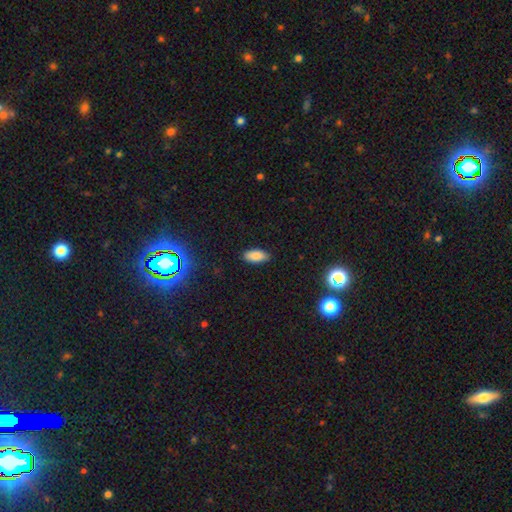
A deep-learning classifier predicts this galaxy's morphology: Overall: smooth (86%). How rounded: in between (89%). Merging: none (87%).